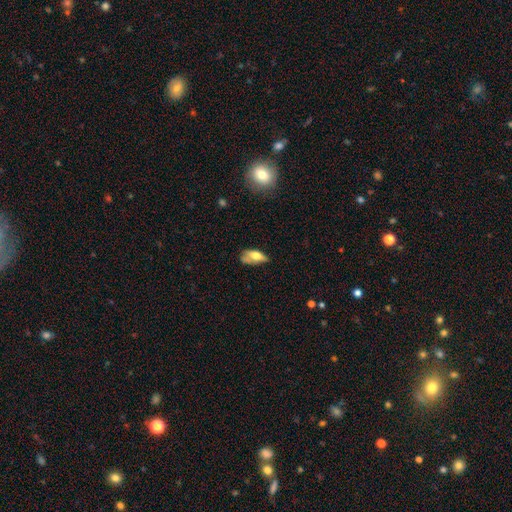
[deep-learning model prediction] A smooth galaxy with no disk features (65%) that is in between round and cigar-shaped (82%). Merging: minor disturbance (36%).